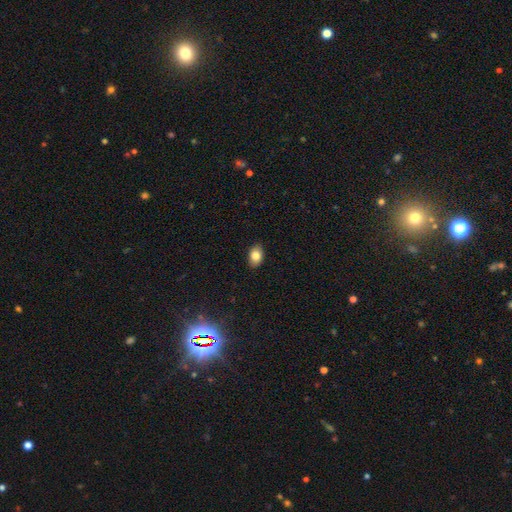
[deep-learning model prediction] smooth-or-featured: smooth: 82% | featured or disk: 10% | star or artifact: 8%
  how-rounded: in between: 87% | round: 12% | cigar-shaped: 1%
  merging: none: 89% | minor disturbance: 8% | major disturbance: 2% | merger: 1%